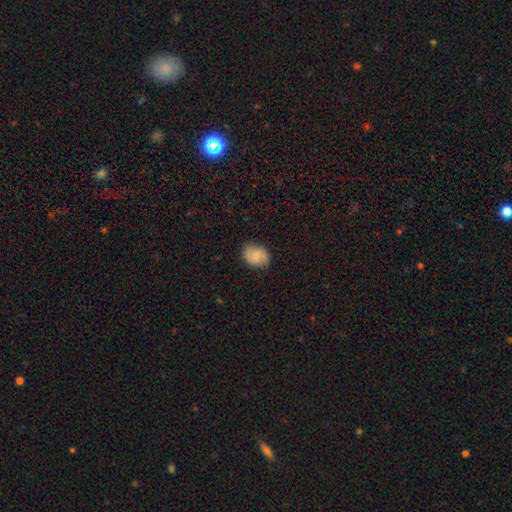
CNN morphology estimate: A smooth galaxy with no disk features (61%) that is in between round and cigar-shaped (61%).

Vote fractions:
- Smooth or featured? smooth: 61% / featured or disk: 31% / star or artifact: 8%
- How rounded? in between: 61% / round: 38% / cigar-shaped: 1%
- Merging? none: 81% / minor disturbance: 14% / major disturbance: 3% / merger: 1%